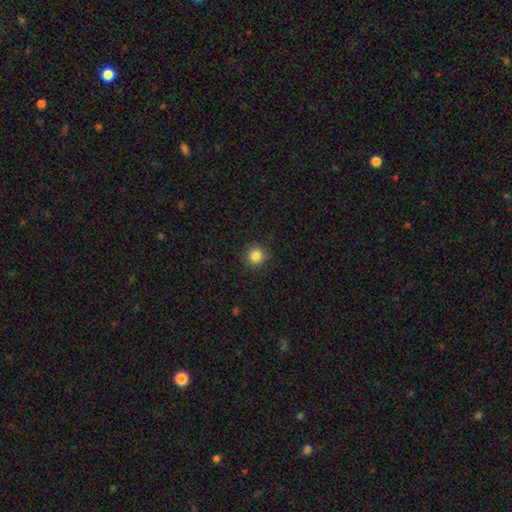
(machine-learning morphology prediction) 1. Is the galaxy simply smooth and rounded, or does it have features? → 84% smooth, 11% star or artifact, 4% featured or disk.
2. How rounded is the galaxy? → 94% round, 5% in between, 1% cigar-shaped.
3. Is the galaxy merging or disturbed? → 91% none, 6% minor disturbance, 2% major disturbance, 1% merger.